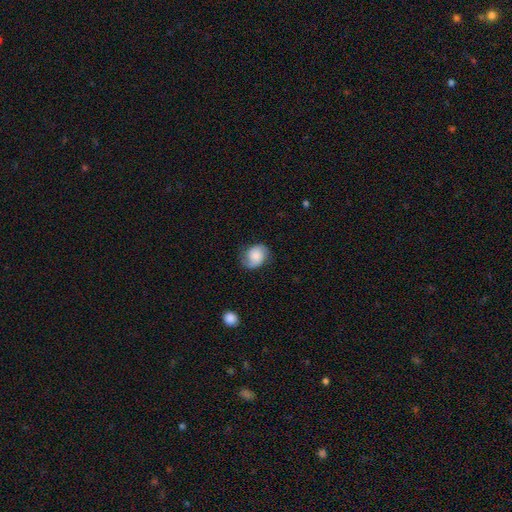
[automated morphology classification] This is possibly a smooth galaxy (53%). How rounded: possibly round (51%). Merging: likely none (69%).